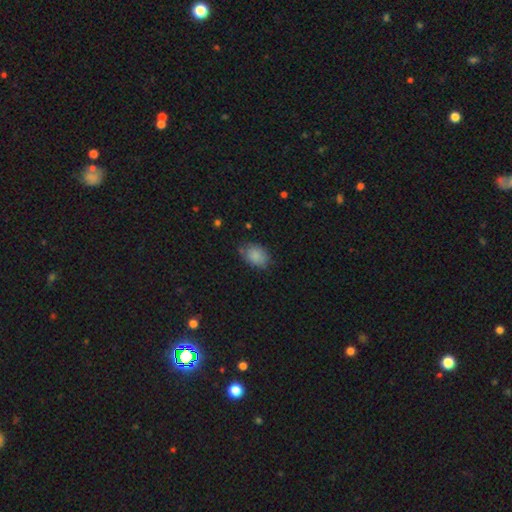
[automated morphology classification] smooth 85%, star or artifact 8%, featured or disk 7%. Down the decision tree: how rounded — in between (77%); merging — none (69%).